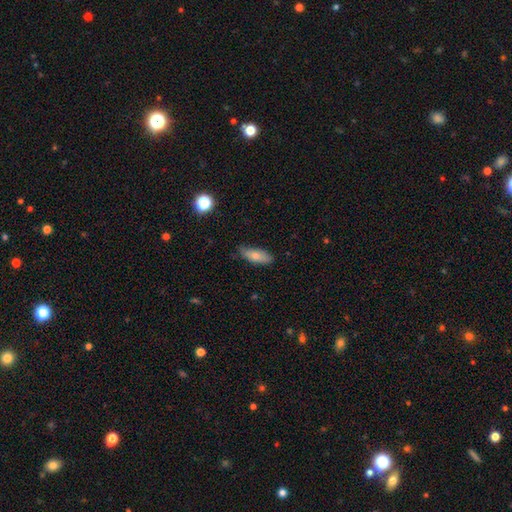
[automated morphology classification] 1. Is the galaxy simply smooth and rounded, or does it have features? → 79% smooth, 14% featured or disk, 7% star or artifact.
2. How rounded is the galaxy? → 70% in between, 28% cigar-shaped, 2% round.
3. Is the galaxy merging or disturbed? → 74% none, 21% minor disturbance, 3% major disturbance, 1% merger.